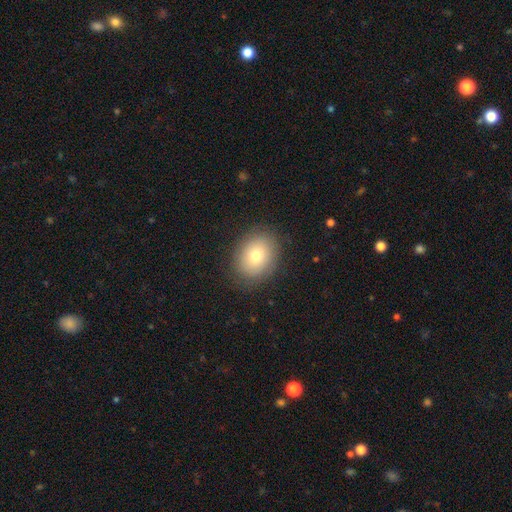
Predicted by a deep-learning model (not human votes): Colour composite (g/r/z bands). It shows a smooth galaxy with no disk features (75%) that is in between round and cigar-shaped (54%). Merging: none (85%).